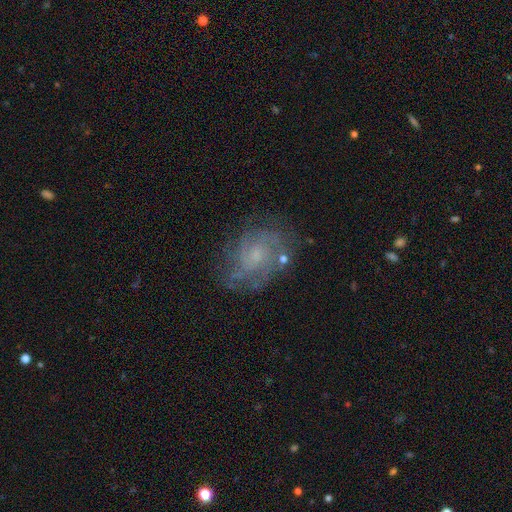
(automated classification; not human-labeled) Smooth or featured? featured or disk (70%)
Edge-on disk? no (97%)
Bar? no (72%)
Spiral arms? yes (85%)
Spiral winding? tight (47%)
Spiral arm count? can't tell (42%)
Bulge size? small (62%)
Merging? none (69%)